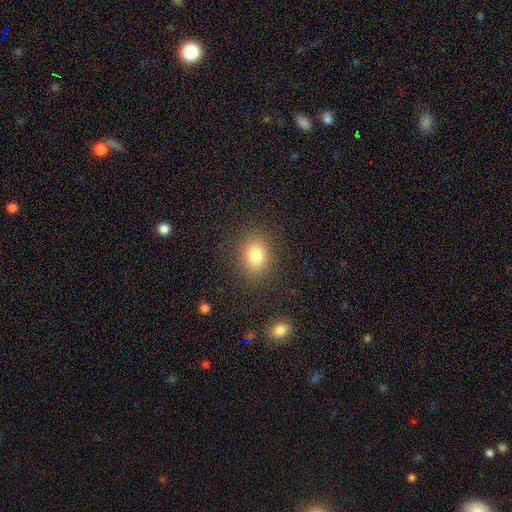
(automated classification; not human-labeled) Smooth or featured?
  - smooth: 80% *
  - star or artifact: 12%
  - featured or disk: 8%
How rounded?
  - round: 50% *
  - in between: 49%
  - cigar-shaped: 1%
Merging?
  - none: 86% *
  - minor disturbance: 9%
  - major disturbance: 4%
  - merger: 1%